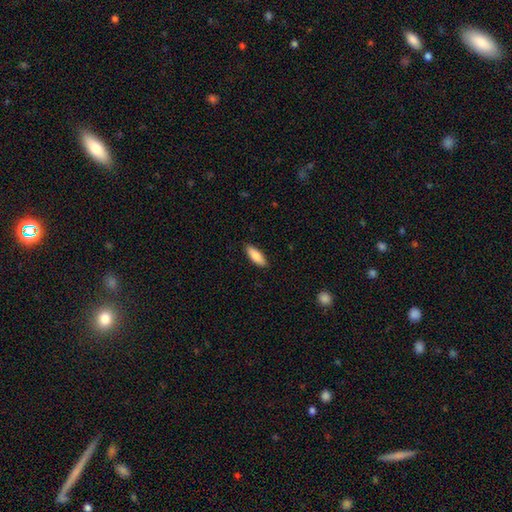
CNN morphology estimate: smooth_or_featured: smooth (p=0.85) [alt: featured or disk p=0.10]
how_rounded: in between (p=0.65) [alt: cigar-shaped p=0.33]
merging: none (p=0.88) [alt: minor disturbance p=0.09]